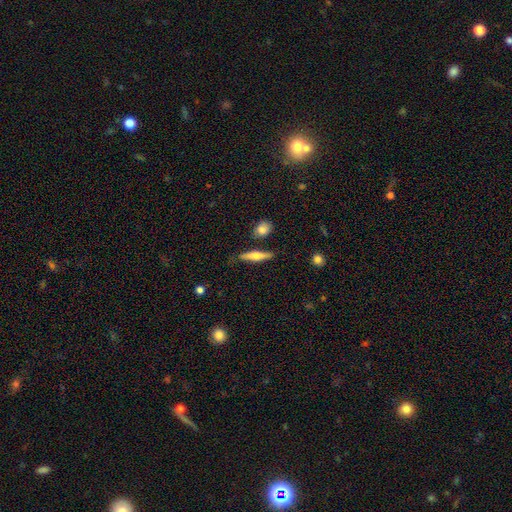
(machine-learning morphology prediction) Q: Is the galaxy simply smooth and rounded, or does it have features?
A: smooth — 58%.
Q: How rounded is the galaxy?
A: cigar-shaped — 81%.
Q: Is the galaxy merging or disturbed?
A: none — 79%.